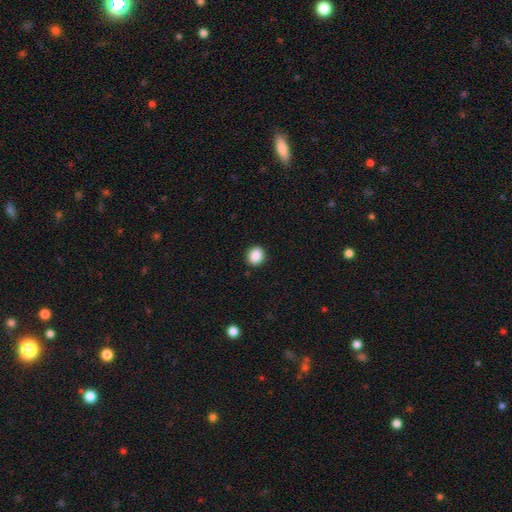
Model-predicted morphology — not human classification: Q: Smooth or featured?
A: smooth (88%); runner-up: star or artifact (9%)
Q: How rounded?
A: round (79%); runner-up: in between (20%)
Q: Merging?
A: none (91%); runner-up: minor disturbance (6%)